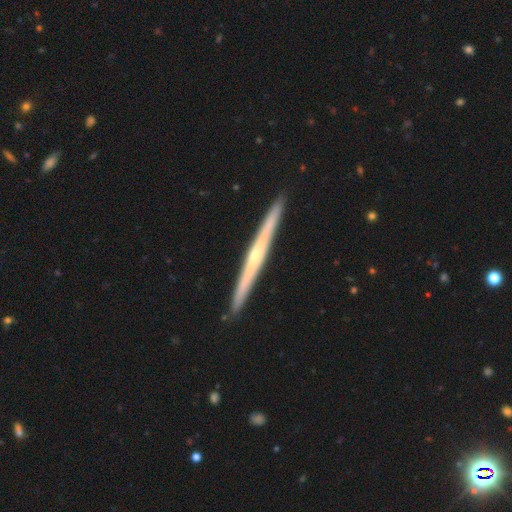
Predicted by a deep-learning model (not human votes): Overall: featured or disk (71%). Edge-on disk: yes (98%). Edge-on bulge: none (53%; rounded 41%). Merging: none (93%).